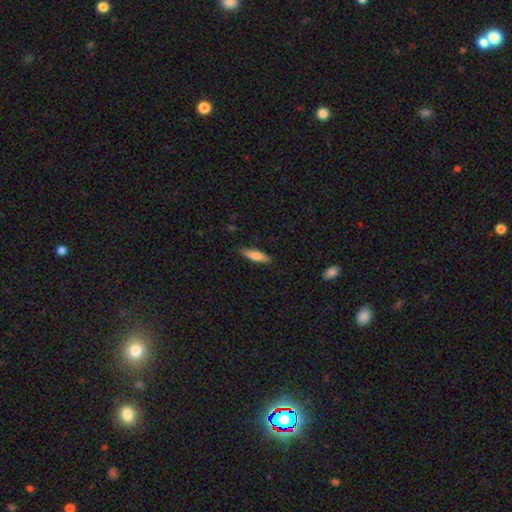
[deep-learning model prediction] smooth-or-featured: smooth: 71% | featured or disk: 24% | star or artifact: 6%
  how-rounded: cigar-shaped: 68% | in between: 31% | round: 2%
  merging: none: 86% | minor disturbance: 11% | major disturbance: 2% | merger: 1%